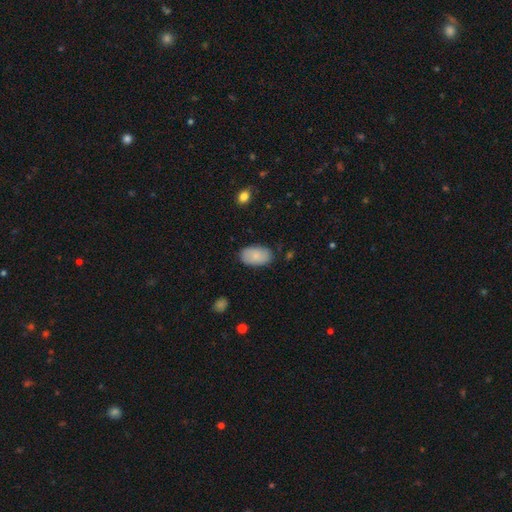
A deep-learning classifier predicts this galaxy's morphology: This appears to be a smooth galaxy with no disk features (84%) that is in between round and cigar-shaped (94%). Merging: none (84%).